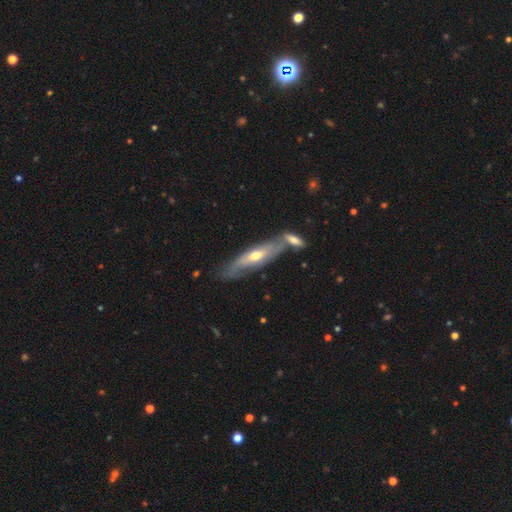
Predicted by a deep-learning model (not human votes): This is possibly a featured or disk galaxy (59%). It is possibly not viewed edge-on (55%). Merging: possibly none (53%).